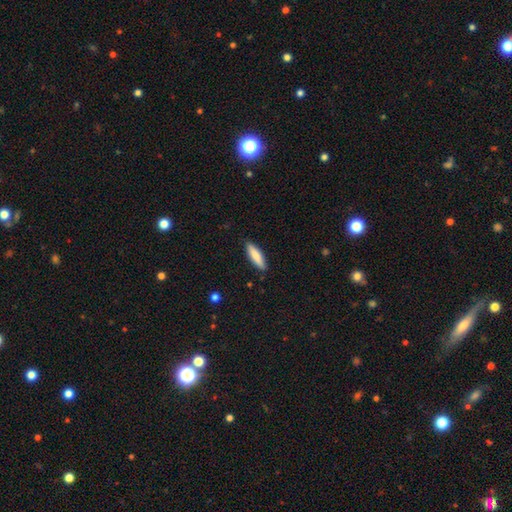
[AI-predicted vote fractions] This appears to be a smooth galaxy with no disk features (81%) that is cigar-shaped (66%). Merging: none (88%).